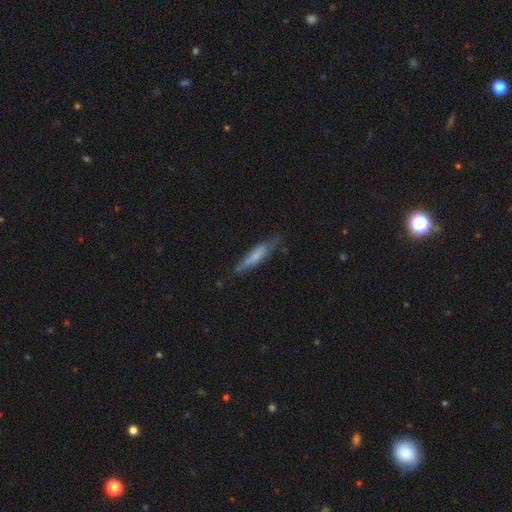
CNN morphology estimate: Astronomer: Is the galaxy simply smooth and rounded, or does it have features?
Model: smooth — 67%.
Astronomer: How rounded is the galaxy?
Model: cigar-shaped — 83%.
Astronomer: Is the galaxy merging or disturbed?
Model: none — 67%.